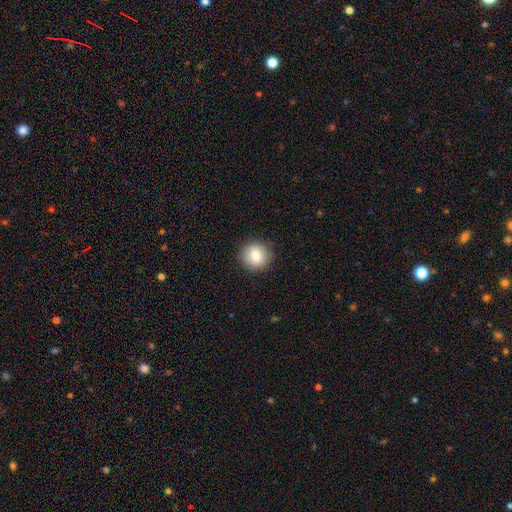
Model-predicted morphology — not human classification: A smooth galaxy with no disk features (83%) that is round (91%). Merging: none (89%).